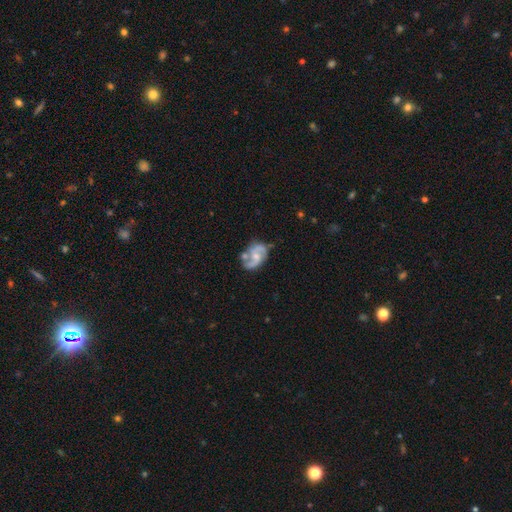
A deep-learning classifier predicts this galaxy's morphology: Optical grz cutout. It shows a featured or disk galaxy (85%) with no bar (48%), 2 (90%) medium (52%) spiral arms (95%) and a small central bulge (45%). Merging: none (57%).